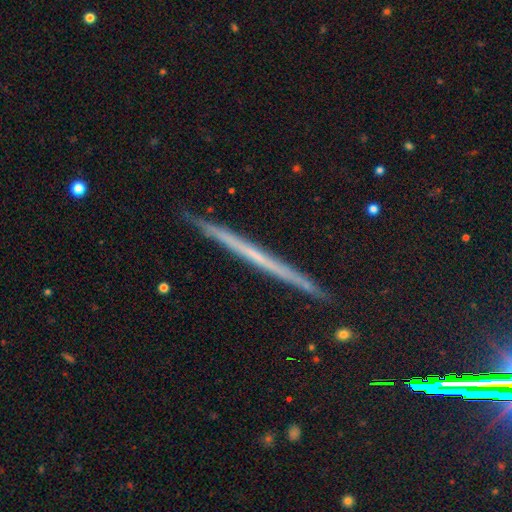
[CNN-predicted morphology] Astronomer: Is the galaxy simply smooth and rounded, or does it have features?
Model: featured or disk — 60%.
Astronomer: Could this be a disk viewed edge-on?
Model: yes — 98%.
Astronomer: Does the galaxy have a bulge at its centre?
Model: none — 91%.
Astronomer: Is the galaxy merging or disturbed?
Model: none — 91%.